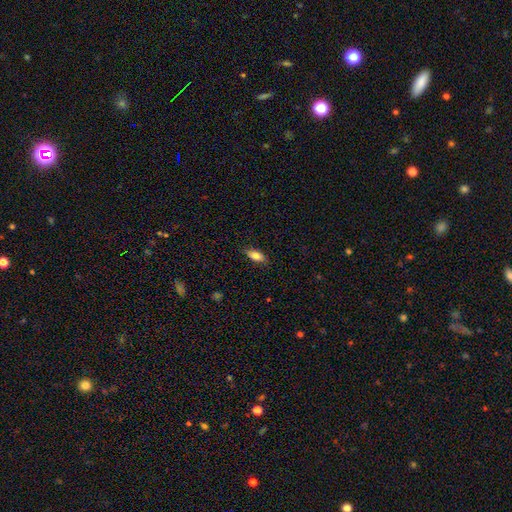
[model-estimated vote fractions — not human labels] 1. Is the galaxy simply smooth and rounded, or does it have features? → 82% smooth, 11% featured or disk, 7% star or artifact.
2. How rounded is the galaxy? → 85% in between, 12% cigar-shaped, 3% round.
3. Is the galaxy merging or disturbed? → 86% none, 11% minor disturbance, 2% major disturbance, 1% merger.